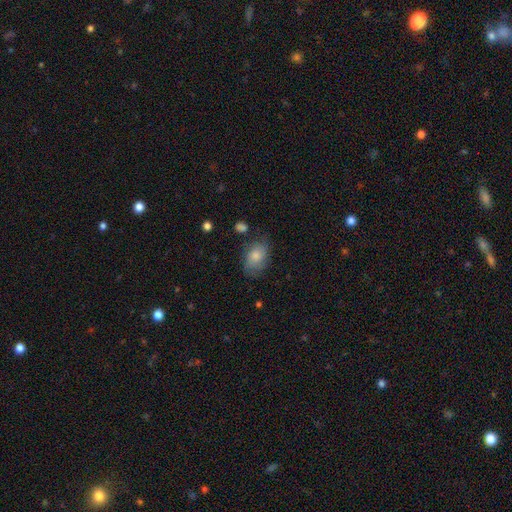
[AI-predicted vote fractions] A smooth galaxy with no disk features (74%) that is in between round and cigar-shaped (82%). Merging: none (63%).